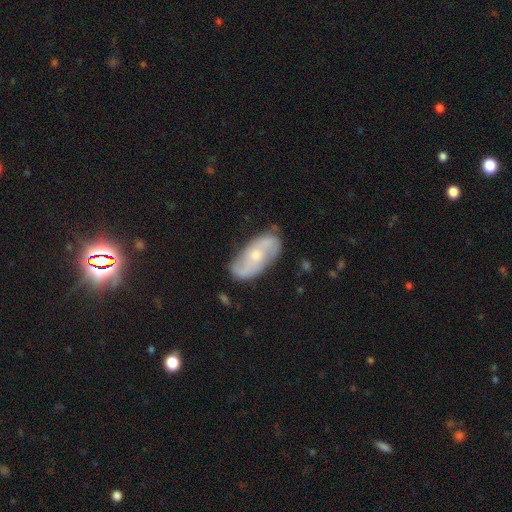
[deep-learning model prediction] smooth_or_featured: featured or disk (p=0.71) [alt: smooth p=0.23]
disk_edge_on: no (p=0.93) [alt: yes p=0.07]
bar: no (p=0.60) [alt: weak p=0.31]
has_spiral_arms: yes (p=0.87) [alt: no p=0.13]
spiral_winding: medium (p=0.40) [alt: loose p=0.38]
spiral_arm_count: 2 (p=0.84) [alt: can't tell p=0.11]
bulge_size: moderate (p=0.49) [alt: small p=0.46]
merging: none (p=0.77) [alt: minor disturbance p=0.17]